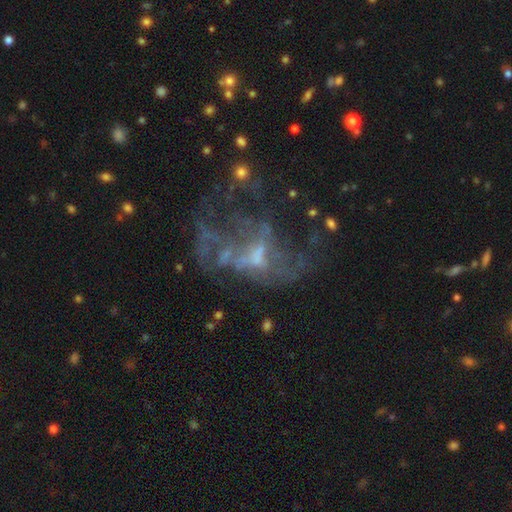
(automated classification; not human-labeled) This appears to be a featured or disk galaxy (67%) with no bar (64%), no spiral arms (69%) and no central bulge (38%). Merging: major disturbance (44%).